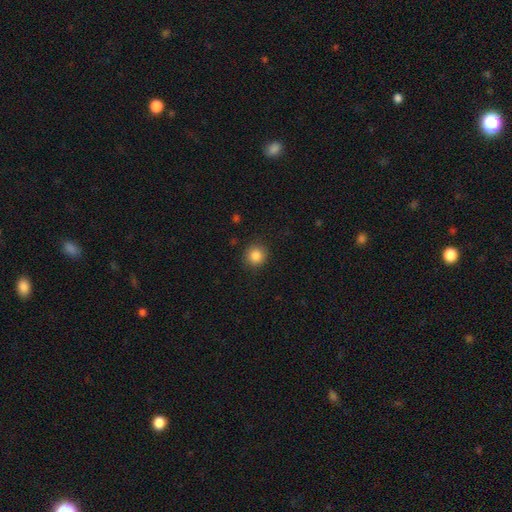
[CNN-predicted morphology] type=smooth (86%); roundness=round (92%); merging=none (90%).